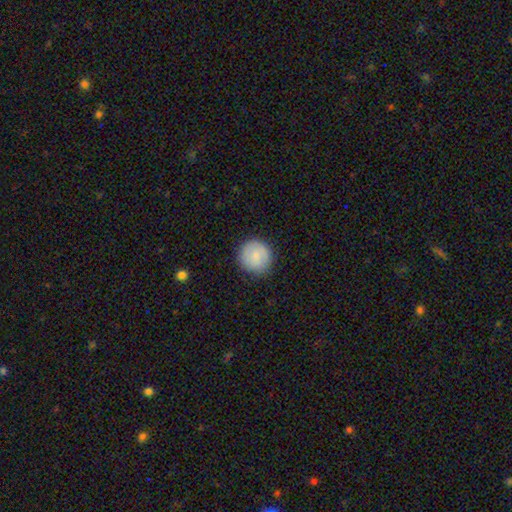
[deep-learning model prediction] Overall: smooth (83%). How rounded: round (95%). Merging: none (88%).